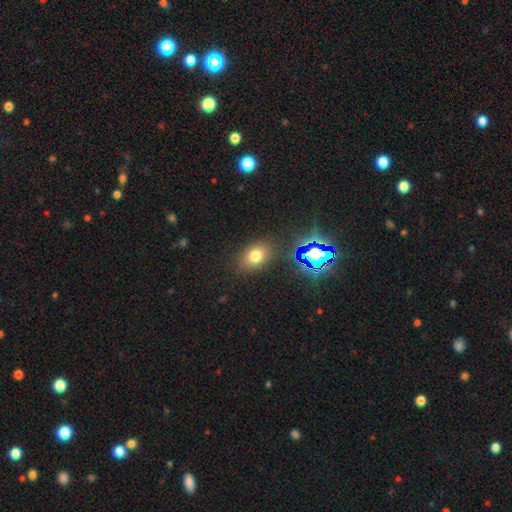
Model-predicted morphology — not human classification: Smooth or featured?
  - smooth: 71% *
  - star or artifact: 20%
  - featured or disk: 9%
How rounded?
  - in between: 69% *
  - round: 30%
  - cigar-shaped: 1%
Merging?
  - none: 84% *
  - minor disturbance: 10%
  - major disturbance: 4%
  - merger: 2%